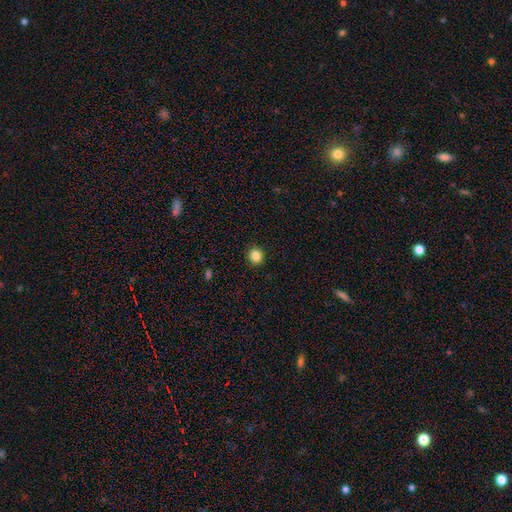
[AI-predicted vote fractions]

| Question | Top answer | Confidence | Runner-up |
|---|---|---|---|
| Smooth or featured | smooth | 85% | star or artifact (11%) |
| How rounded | round | 92% | in between (7%) |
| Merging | none | 93% | minor disturbance (5%) |